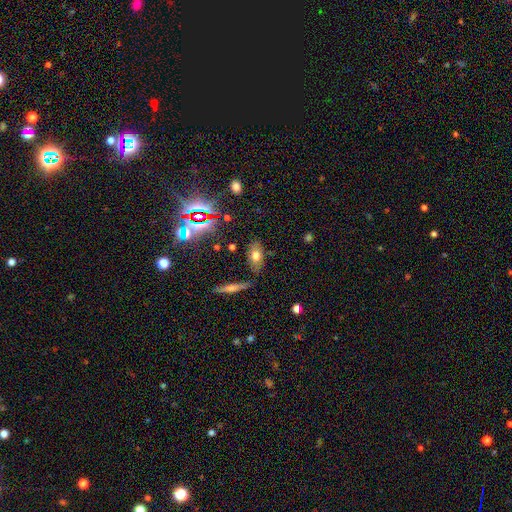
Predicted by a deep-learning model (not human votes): The model was most divided on "smooth or featured": smooth: 66%, featured or disk: 19%, star or artifact: 15%. More confident: how rounded — in between (84%); merging — none (77%).